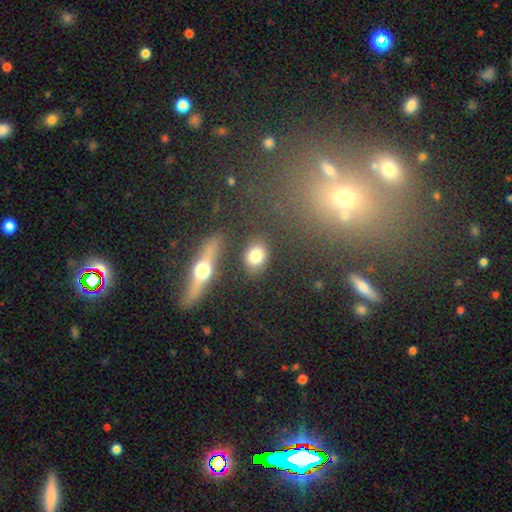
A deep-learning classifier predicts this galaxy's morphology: Q: Smooth or featured?
A: smooth (78%); runner-up: featured or disk (12%)
Q: How rounded?
A: in between (49%); runner-up: round (48%)
Q: Merging?
A: none (79%); runner-up: minor disturbance (11%)